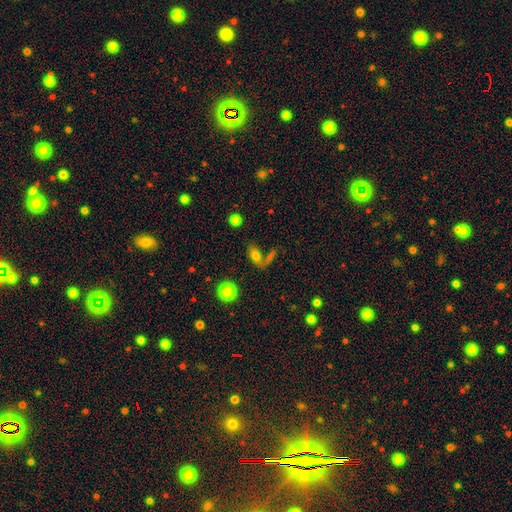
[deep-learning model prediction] The model was most divided on "merging": none: 45%, merger: 27%, major disturbance: 15%, minor disturbance: 13%. More confident: how rounded — in between (74%); smooth or featured — smooth (68%).